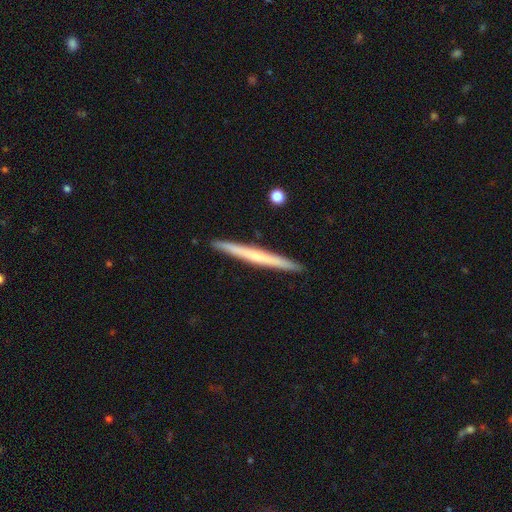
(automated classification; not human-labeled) Q: Smooth or featured?
A: featured or disk (56%); runner-up: smooth (37%)
Q: Edge-on disk?
A: yes (97%); runner-up: no (3%)
Q: Edge-on bulge?
A: none (62%); runner-up: rounded (33%)
Q: Merging?
A: none (91%); runner-up: minor disturbance (6%)